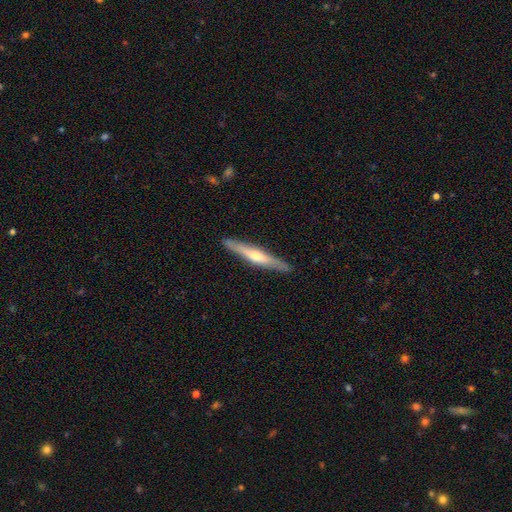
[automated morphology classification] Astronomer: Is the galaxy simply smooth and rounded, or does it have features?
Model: featured or disk — 60% (runner-up: smooth, 35%).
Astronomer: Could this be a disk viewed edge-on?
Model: yes — 95%.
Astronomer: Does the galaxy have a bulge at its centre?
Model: rounded — 80%.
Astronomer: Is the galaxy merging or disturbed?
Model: none — 89%.